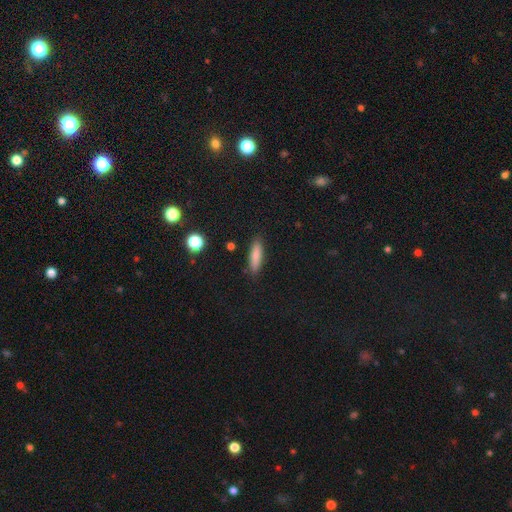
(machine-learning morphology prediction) Overall: smooth (83%). How rounded: cigar-shaped (67%; in between 31%). Merging: none (87%).